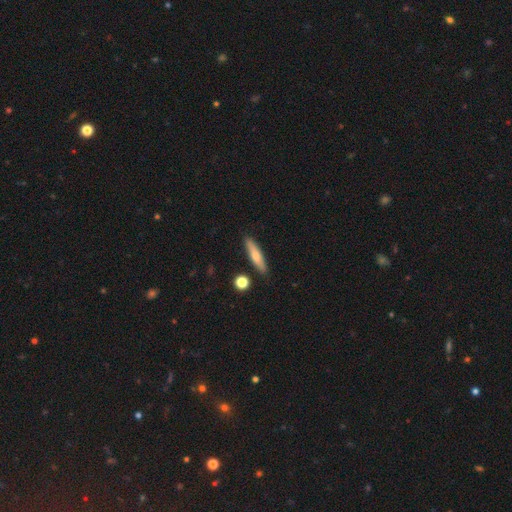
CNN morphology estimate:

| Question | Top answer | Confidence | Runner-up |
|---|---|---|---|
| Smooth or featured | smooth | 63% | featured or disk (31%) |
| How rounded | cigar-shaped | 79% | in between (18%) |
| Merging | none | 86% | minor disturbance (9%) |